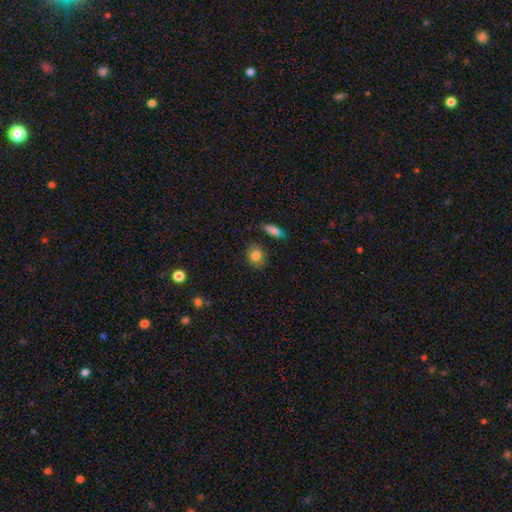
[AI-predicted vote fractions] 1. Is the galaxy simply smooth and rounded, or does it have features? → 82% smooth, 9% featured or disk, 9% star or artifact.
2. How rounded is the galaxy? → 59% round, 40% in between, 1% cigar-shaped.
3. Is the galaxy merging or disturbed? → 81% none, 13% minor disturbance, 3% major disturbance, 3% merger.